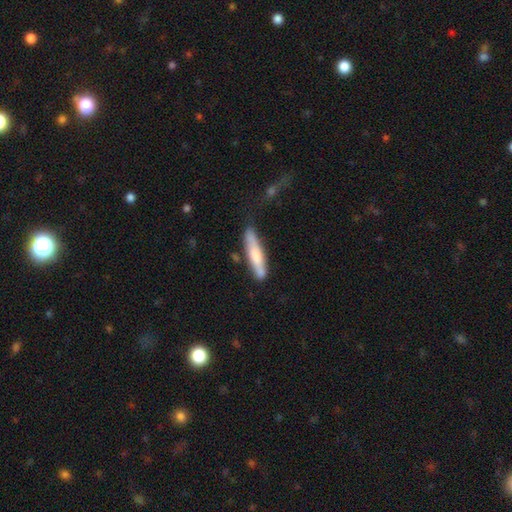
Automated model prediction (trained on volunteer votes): Smooth or featured? smooth (63%)
How rounded? cigar-shaped (86%)
Merging? none (71%)